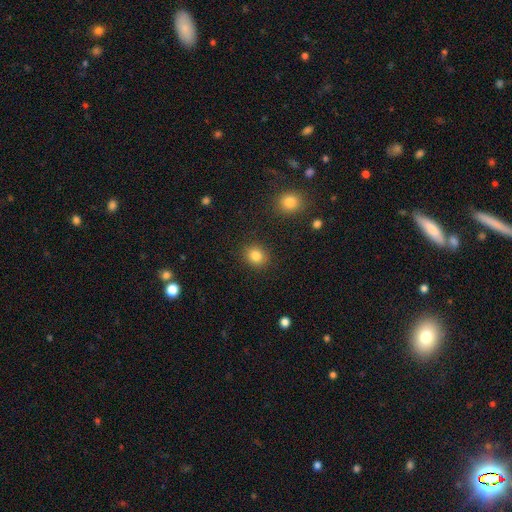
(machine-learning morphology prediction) Smooth or featured? Predicted: smooth (p=0.84). How rounded? Predicted: round (p=0.72). Merging? Predicted: none (p=0.88).